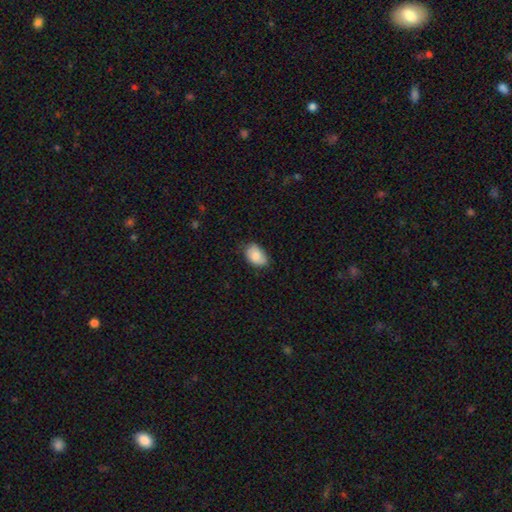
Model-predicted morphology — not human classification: A smooth galaxy with no disk features (86%) that is in between round and cigar-shaped (87%). Merging: none (67%).